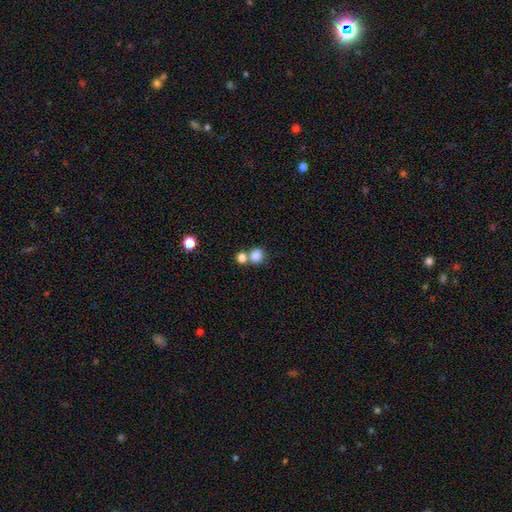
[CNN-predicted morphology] Smooth or featured? smooth (83%)
How rounded? round (76%)
Merging? none (50%)